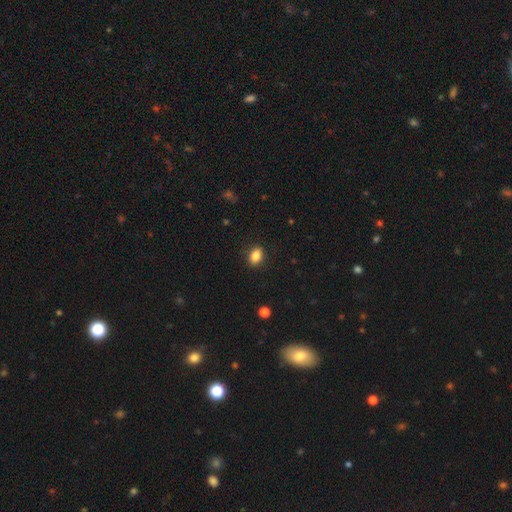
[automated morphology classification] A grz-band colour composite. It shows a smooth galaxy with no disk features (86%) that is in between round and cigar-shaped (79%). Merging: none (87%).